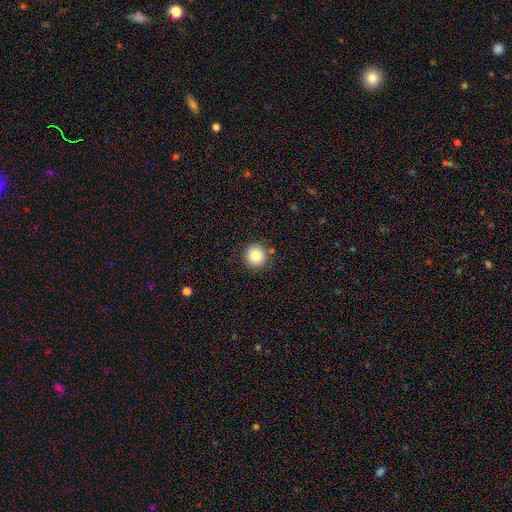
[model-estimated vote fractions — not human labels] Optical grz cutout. It shows a smooth galaxy with no disk features (84%) that is round (94%). Merging: none (86%).